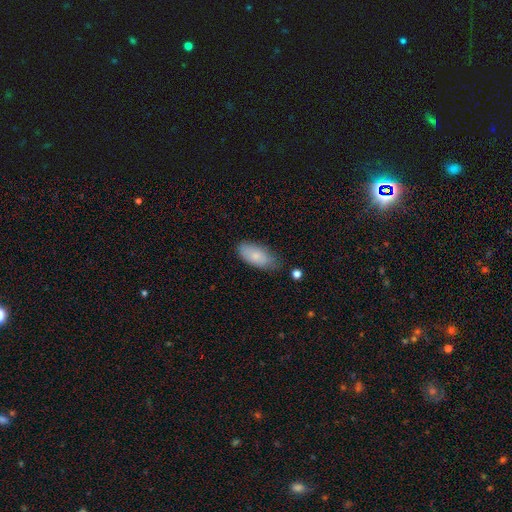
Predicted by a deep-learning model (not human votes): This is clearly a smooth galaxy (80%). How rounded: clearly in between (90%). Merging: likely none (64%).